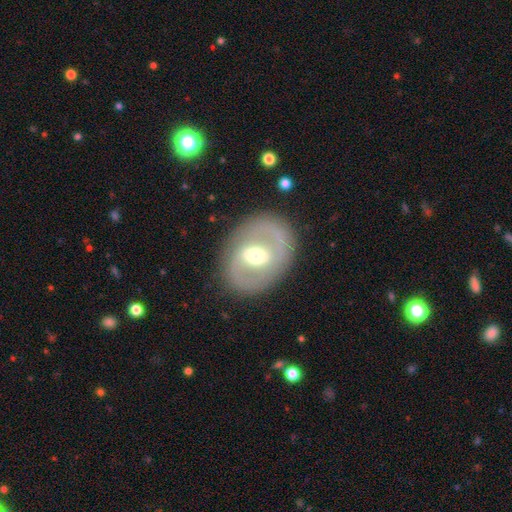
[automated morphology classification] A featured or disk galaxy (73%) with a weak bar (46%), spiral arms (64%) and a moderate central bulge (69%).

Vote fractions:
- Smooth or featured? featured or disk: 73% / smooth: 21% / star or artifact: 6%
- Edge-on disk? no: 96% / yes: 4%
- Bar? weak: 46% / strong: 29% / no: 25%
- Spiral arms? yes: 64% / no: 36%
- Bulge size? moderate: 69% / small: 16% / large: 13% / dominant: 1% / none: 1%
- Merging? none: 84% / minor disturbance: 11% / major disturbance: 5% / merger: 1%